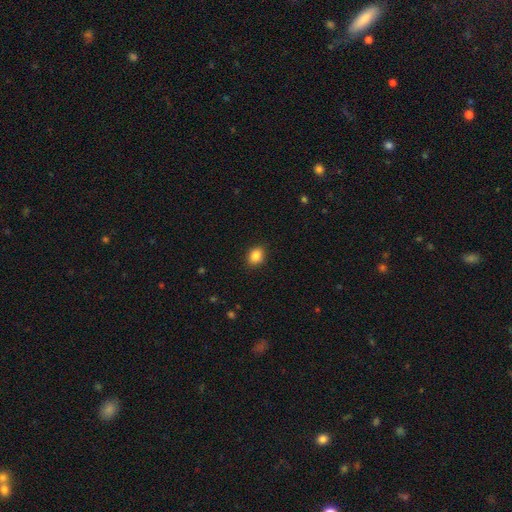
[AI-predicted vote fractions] Smooth or featured? smooth (86%)
How rounded? round (55%)
Merging? none (89%)